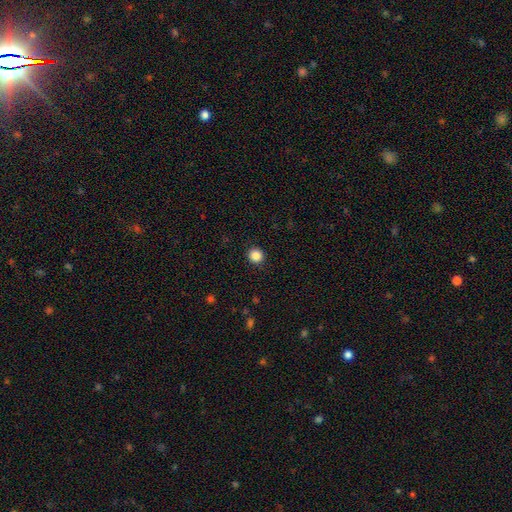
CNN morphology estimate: Smooth or featured? smooth (86%)
How rounded? round (93%)
Merging? none (92%)